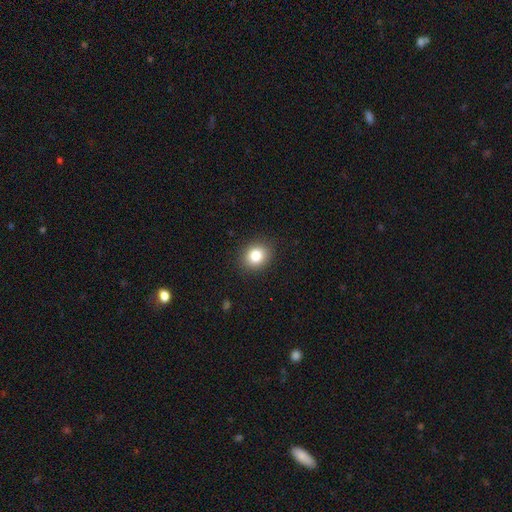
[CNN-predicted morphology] A smooth galaxy with no disk features (83%) that is round (65%).

Vote fractions:
- Smooth or featured? smooth: 83% / star or artifact: 10% / featured or disk: 7%
- How rounded? round: 65% / in between: 34% / cigar-shaped: 1%
- Merging? none: 88% / minor disturbance: 8% / major disturbance: 2% / merger: 1%